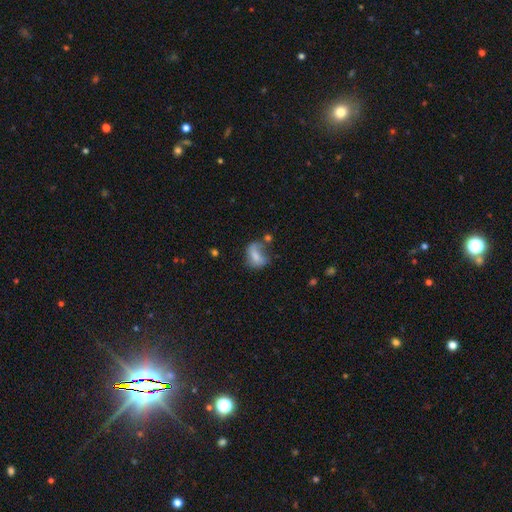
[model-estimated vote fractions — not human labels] Overall: smooth (62%; featured or disk 27%). How rounded: in between (75%). Merging: none (33%; minor disturbance 26%).